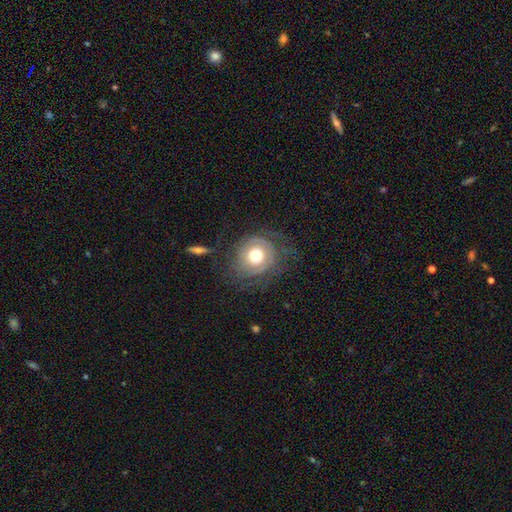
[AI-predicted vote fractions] A featured or disk galaxy (54%) with no bar (86%), spiral arms (64%) and a moderate central bulge (61%).

Vote fractions:
- Smooth or featured? featured or disk: 54% / smooth: 36% / star or artifact: 9%
- Edge-on disk? no: 96% / yes: 4%
- Bar? no: 86% / weak: 11% / strong: 3%
- Spiral arms? yes: 64% / no: 36%
- Bulge size? moderate: 61% / large: 29% / small: 6% / dominant: 3% / none: 1%
- Merging? none: 65% / minor disturbance: 18% / major disturbance: 16% / merger: 2%